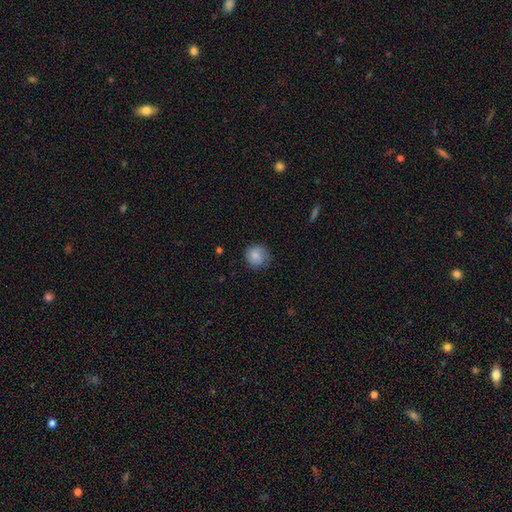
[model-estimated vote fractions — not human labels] Q: Smooth or featured?
A: smooth (82%); runner-up: featured or disk (11%)
Q: How rounded?
A: round (88%); runner-up: in between (11%)
Q: Merging?
A: none (73%); runner-up: minor disturbance (21%)